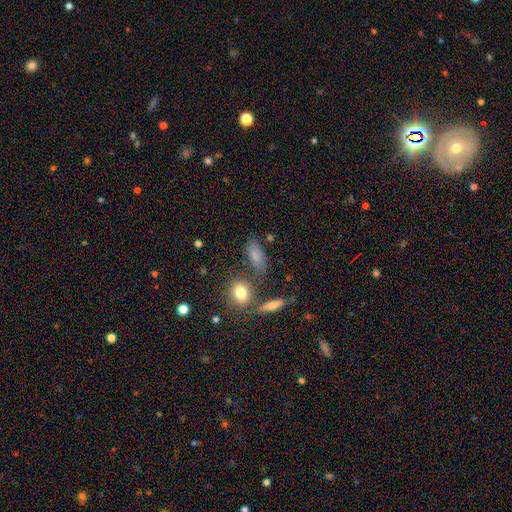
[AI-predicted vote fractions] Overall: smooth (76%). How rounded: in between (77%). Merging: none (67%).